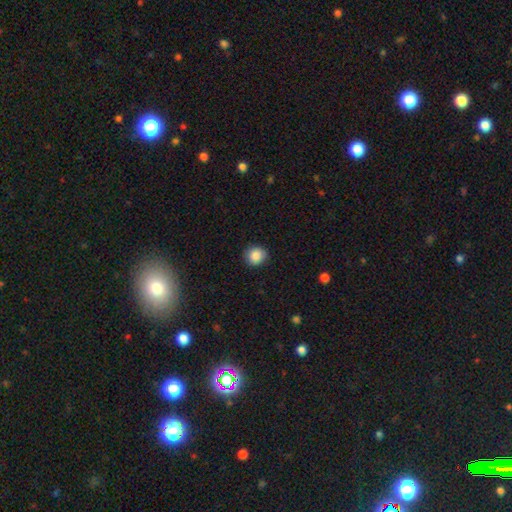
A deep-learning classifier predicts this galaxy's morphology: smooth 87%, star or artifact 9%, featured or disk 4%. Down the decision tree: how rounded — round (86%); merging — none (88%).